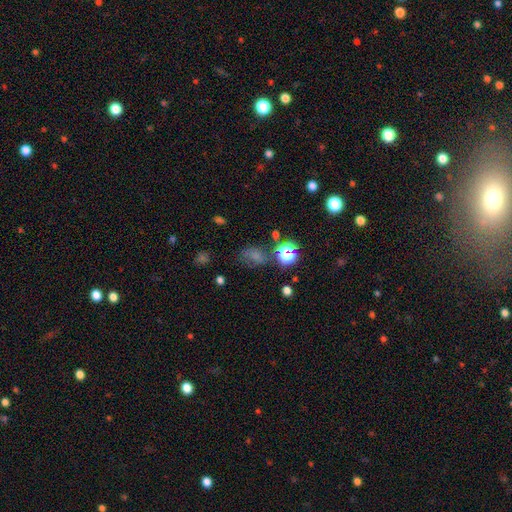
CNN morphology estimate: smooth-or-featured: smooth: 51% | star or artifact: 33% | featured or disk: 15%
  how-rounded: in between: 58% | round: 40% | cigar-shaped: 2%
  merging: none: 53% | minor disturbance: 23% | major disturbance: 17% | merger: 8%